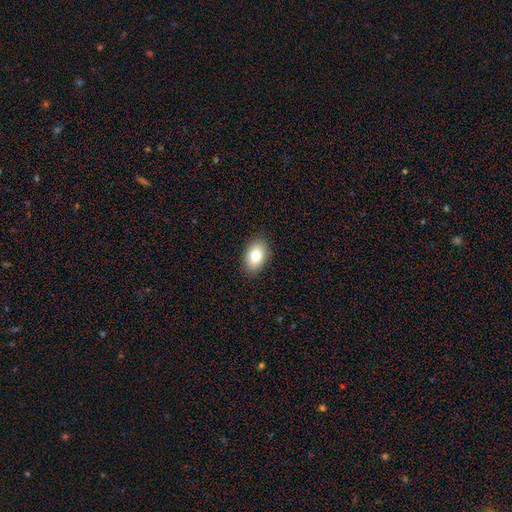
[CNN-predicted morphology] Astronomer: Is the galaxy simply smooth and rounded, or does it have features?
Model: smooth — 79%.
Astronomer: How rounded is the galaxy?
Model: in between — 87%.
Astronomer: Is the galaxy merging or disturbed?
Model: none — 88%.